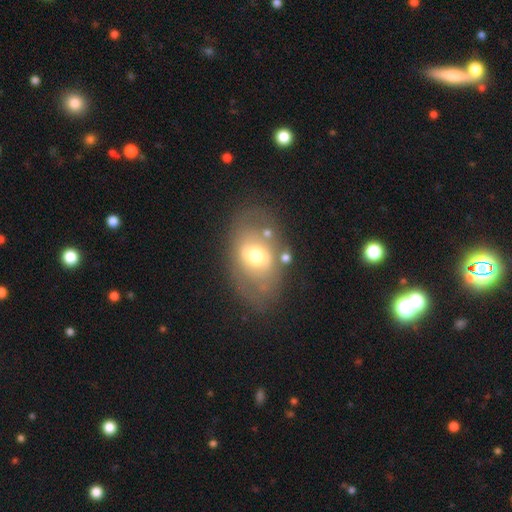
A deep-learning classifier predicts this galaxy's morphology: Overall: featured or disk (48%; smooth 44%). Merging: none (69%).